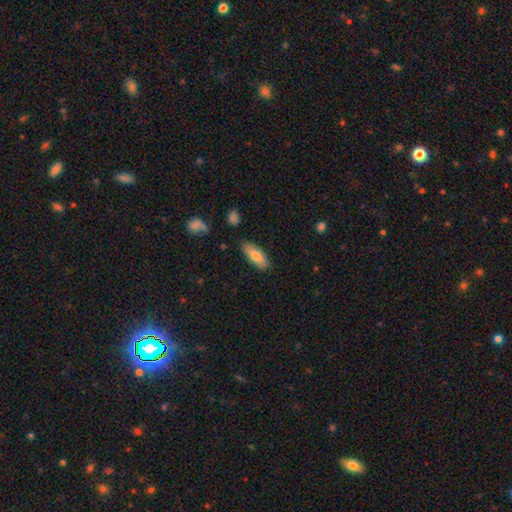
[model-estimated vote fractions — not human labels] A smooth galaxy with no disk features (77%) that is in between round and cigar-shaped (72%). Merging: none (82%).